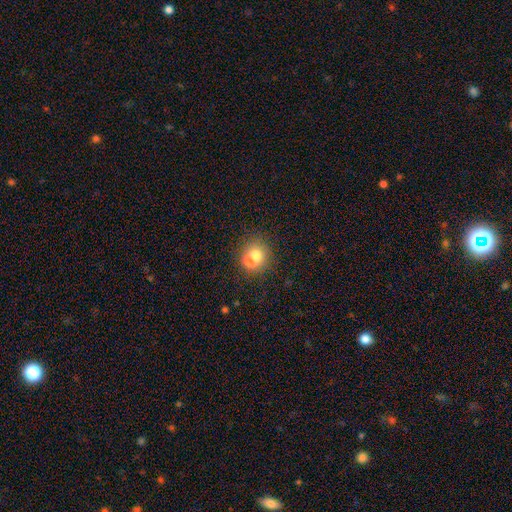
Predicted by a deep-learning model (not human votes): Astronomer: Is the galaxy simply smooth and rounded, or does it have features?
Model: smooth — 66%.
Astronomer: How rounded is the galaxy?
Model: round — 79%.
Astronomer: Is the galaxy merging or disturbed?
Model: merger — 53% (runner-up: none, 37%).